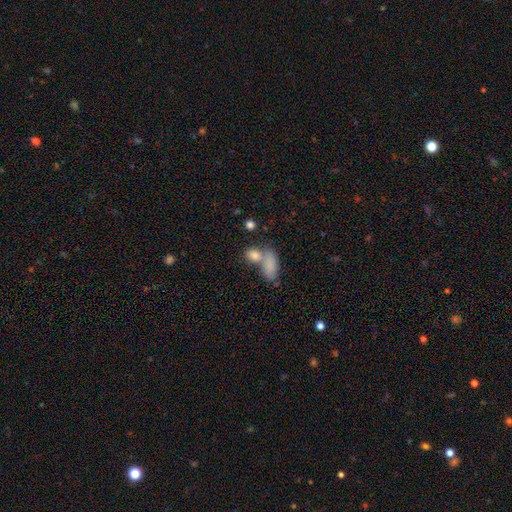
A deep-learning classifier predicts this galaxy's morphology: Overall: smooth (79%). How rounded: in between (75%). Merging: merger (43%; none 40%).